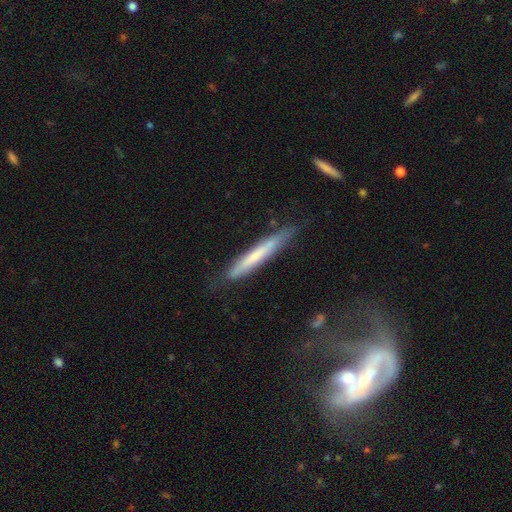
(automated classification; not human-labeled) This is possibly a smooth galaxy (56%). How rounded: clearly cigar-shaped (95%). Merging: likely none (78%).